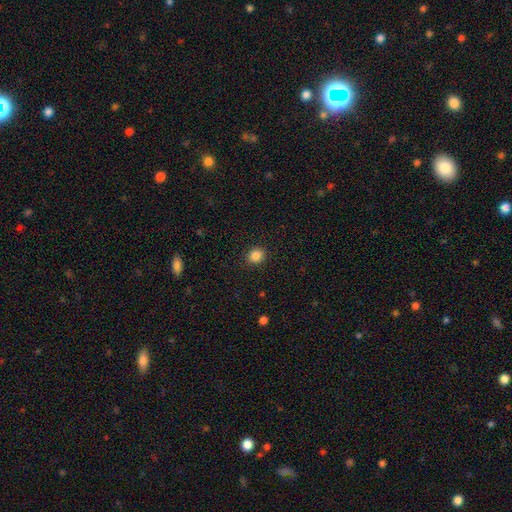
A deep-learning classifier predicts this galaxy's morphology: The model was most divided on "how rounded": round: 80%, in between: 19%, cigar-shaped: 1%. More confident: merging — none (91%); smooth or featured — smooth (86%).